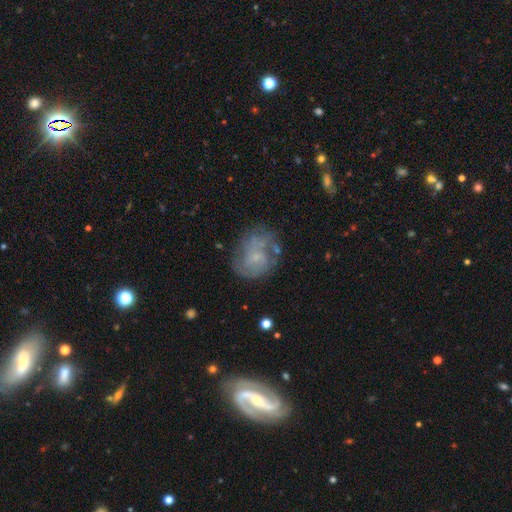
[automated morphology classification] A featured or disk galaxy (61%) with no bar (72%), spiral arms (70%) and a small central bulge (65%).

Vote fractions:
- Smooth or featured? featured or disk: 61% / smooth: 29% / star or artifact: 10%
- Edge-on disk? no: 98% / yes: 2%
- Bar? no: 72% / weak: 24% / strong: 4%
- Spiral arms? yes: 70% / no: 30%
- Bulge size? small: 65% / none: 19% / moderate: 13% / large: 1% / dominant: 1%
- Merging? none: 55% / minor disturbance: 23% / major disturbance: 16% / merger: 6%